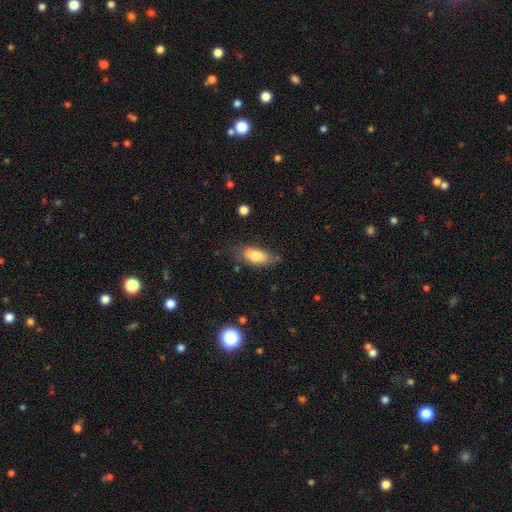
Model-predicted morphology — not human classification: Smooth or featured?
  - smooth: 78% *
  - featured or disk: 15%
  - star or artifact: 7%
How rounded?
  - in between: 86% *
  - cigar-shaped: 11%
  - round: 3%
Merging?
  - none: 63% *
  - minor disturbance: 26%
  - major disturbance: 8%
  - merger: 3%